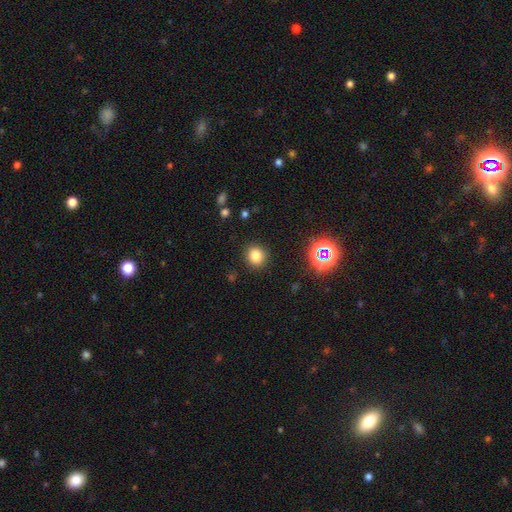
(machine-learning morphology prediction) smooth 79%, star or artifact 15%, featured or disk 6%. Down the decision tree: how rounded — round (85%); merging — none (90%).